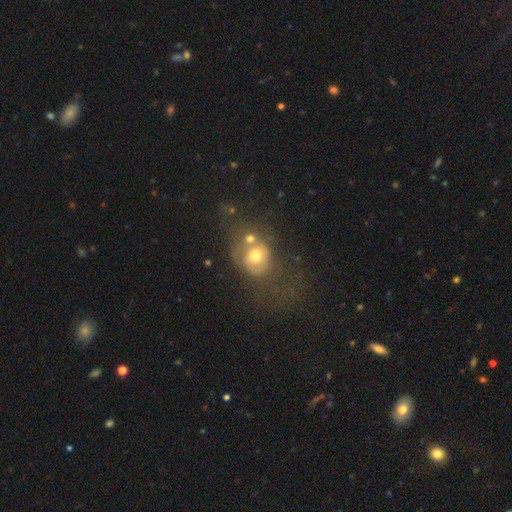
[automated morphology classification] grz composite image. It shows a smooth galaxy with no disk features (50%). Merging: merger (33%).